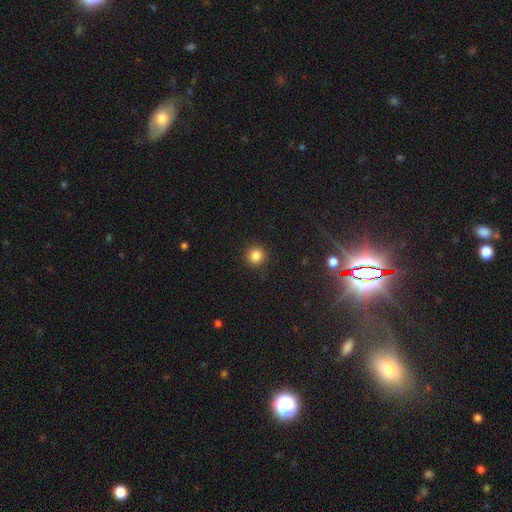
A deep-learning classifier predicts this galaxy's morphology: A smooth galaxy with no disk features (84%) that is round (95%). Merging: none (92%).